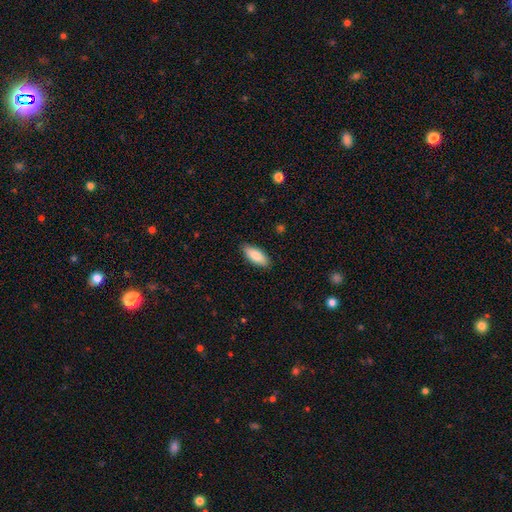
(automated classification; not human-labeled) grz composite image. It shows a smooth galaxy with no disk features (86%) that is in between round and cigar-shaped (78%). Merging: none (88%).